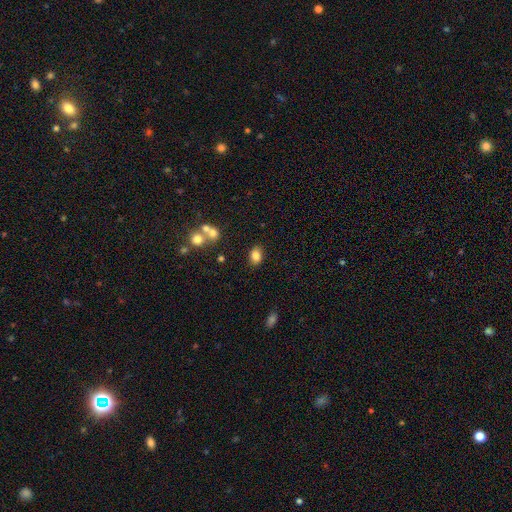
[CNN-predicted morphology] Overall: smooth (83%). How rounded: in between (76%). Merging: none (82%).